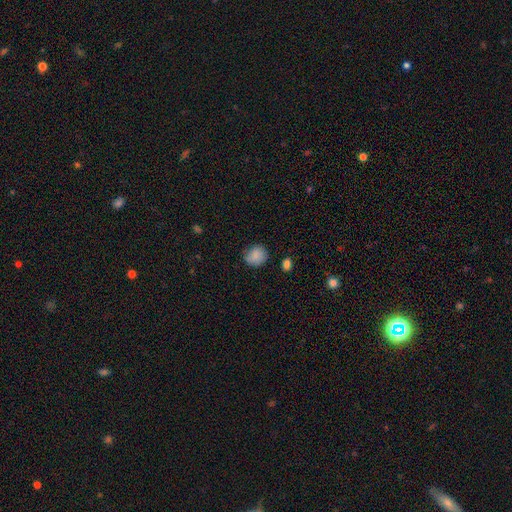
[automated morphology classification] Smooth or featured? Predicted: smooth (p=0.85). How rounded? Predicted: round (p=0.79). Merging? Predicted: none (p=0.73).